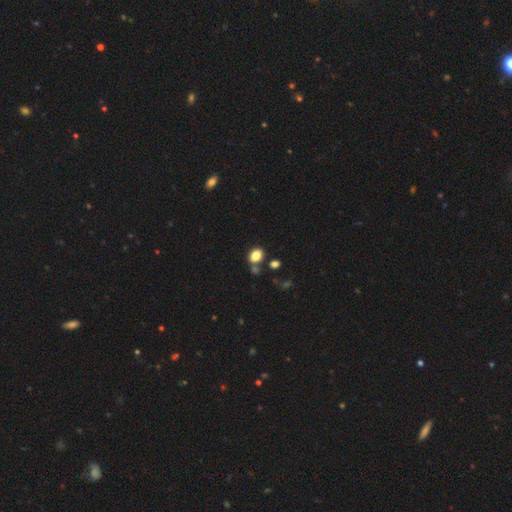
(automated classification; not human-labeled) Smooth or featured: smooth — 83% (star or artifact — 11%)
How rounded: in between — 60% (round — 39%)
Merging: none — 68% (merger — 15%)